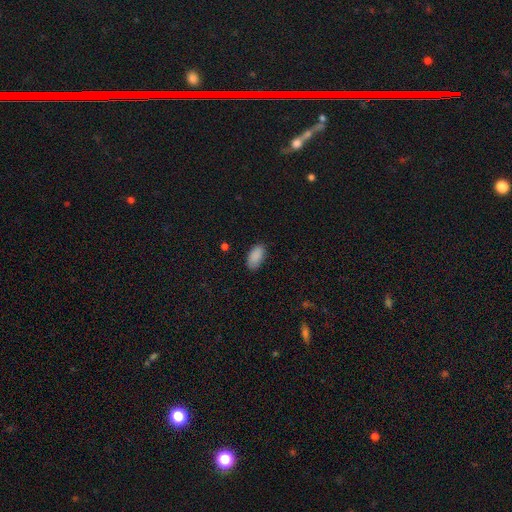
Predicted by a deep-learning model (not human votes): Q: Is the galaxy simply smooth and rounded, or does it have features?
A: smooth — 90%.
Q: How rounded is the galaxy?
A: in between — 94%.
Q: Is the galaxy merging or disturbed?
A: none — 83%.